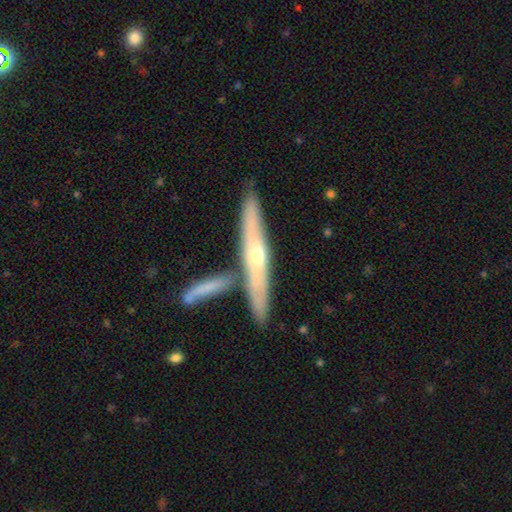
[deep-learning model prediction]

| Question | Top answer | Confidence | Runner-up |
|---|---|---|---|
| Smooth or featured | featured or disk | 64% | smooth (30%) |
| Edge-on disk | yes | 89% | no (11%) |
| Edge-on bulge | rounded | 76% | none (21%) |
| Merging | none | 72% | merger (15%) |